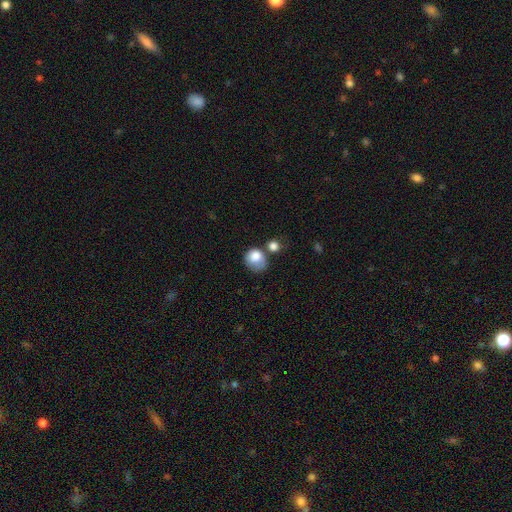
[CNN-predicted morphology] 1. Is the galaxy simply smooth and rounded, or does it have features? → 80% smooth, 12% featured or disk, 9% star or artifact.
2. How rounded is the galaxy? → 70% round, 29% in between, 1% cigar-shaped.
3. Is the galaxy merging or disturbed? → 35% none, 25% minor disturbance, 24% merger, 17% major disturbance.